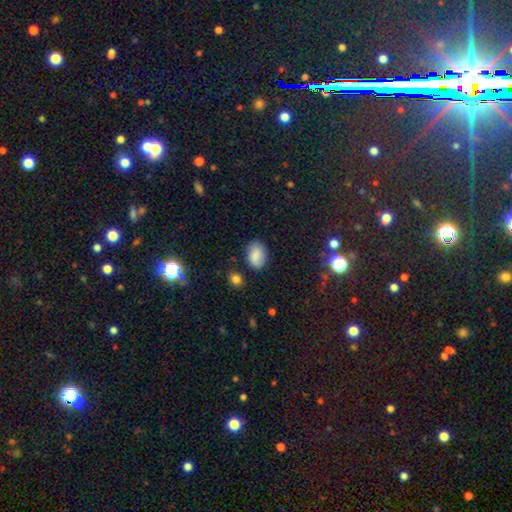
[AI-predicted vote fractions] This appears to be a smooth galaxy with no disk features (81%) that is in between round and cigar-shaped (82%). Merging: none (78%).